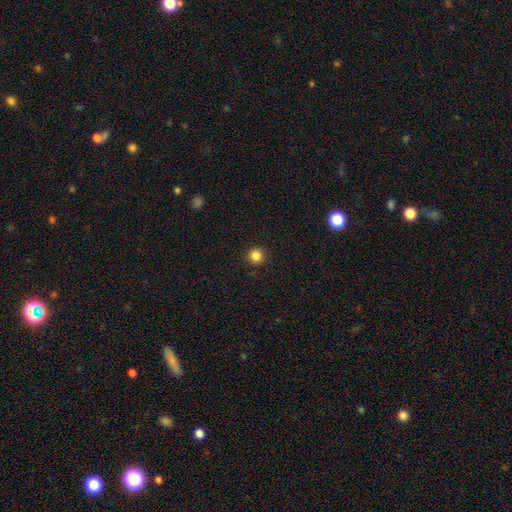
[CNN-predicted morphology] Smooth or featured? Predicted: smooth (p=0.85). How rounded? Predicted: round (p=0.95). Merging? Predicted: none (p=0.93).